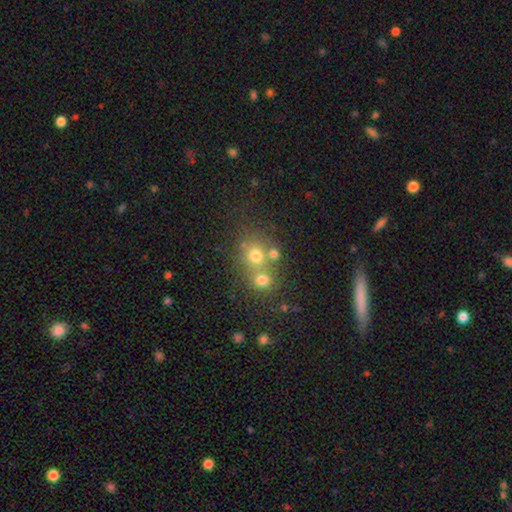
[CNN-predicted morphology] Smooth or featured? Predicted: smooth (p=0.68). How rounded? Predicted: round (p=0.80). Merging? Predicted: none (p=0.48).